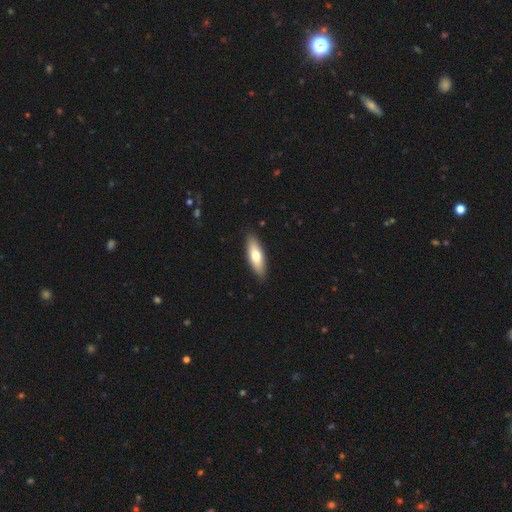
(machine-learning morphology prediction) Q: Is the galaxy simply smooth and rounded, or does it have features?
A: smooth — 68%.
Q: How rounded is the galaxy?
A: in between — 53%.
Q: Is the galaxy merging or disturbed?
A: none — 89%.